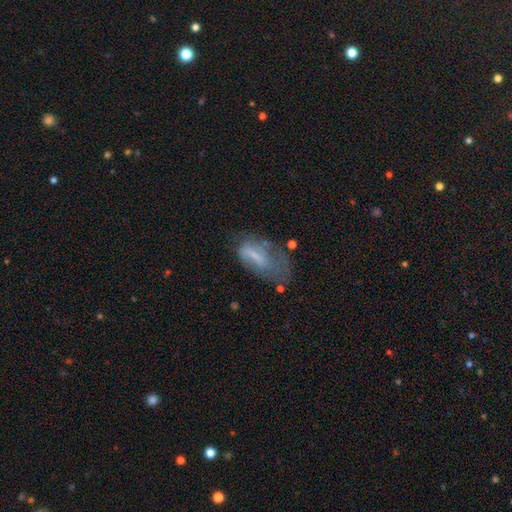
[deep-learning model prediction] Overall: smooth (51%; featured or disk 38%). How rounded: in between (80%). Merging: major disturbance (37%; none 30%).